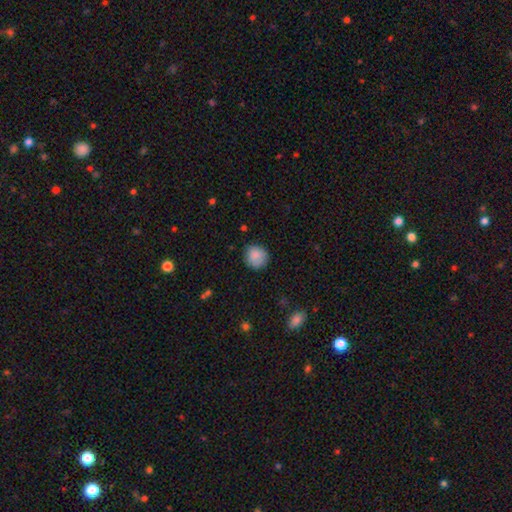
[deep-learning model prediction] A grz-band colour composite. It shows a smooth galaxy with no disk features (86%) that is round (90%). Merging: none (82%).